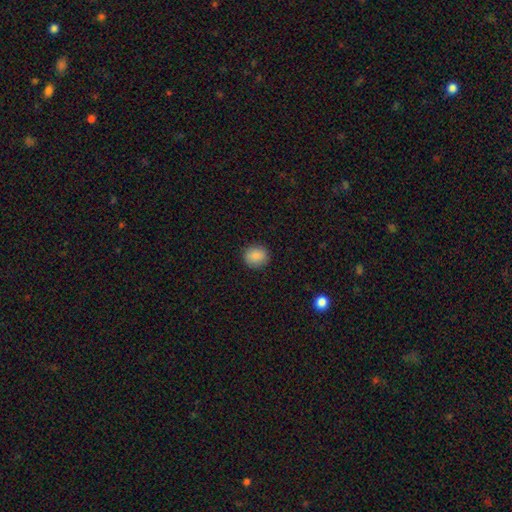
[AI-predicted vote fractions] Q: Smooth or featured?
A: smooth (88%); runner-up: star or artifact (8%)
Q: How rounded?
A: round (79%); runner-up: in between (20%)
Q: Merging?
A: none (89%); runner-up: minor disturbance (7%)